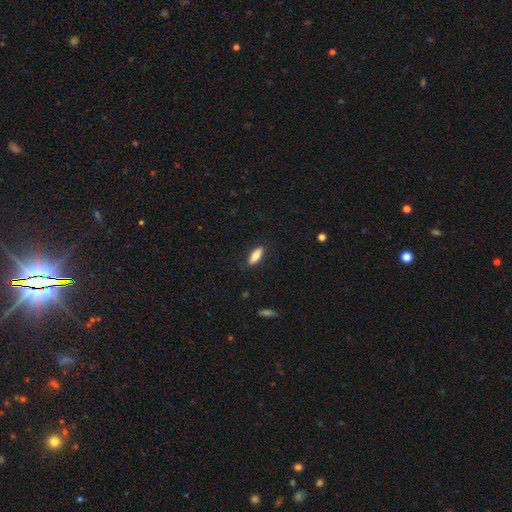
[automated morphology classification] The model was most divided on "how rounded": in between: 67%, cigar-shaped: 31%, round: 2%. More confident: merging — none (86%); smooth or featured — smooth (79%).